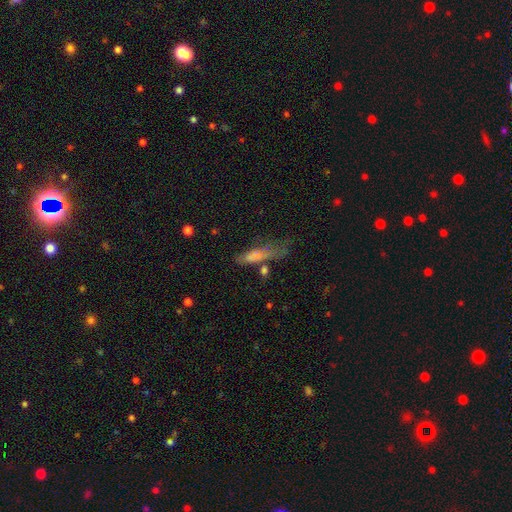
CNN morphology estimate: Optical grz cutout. It shows a smooth galaxy with no disk features (68%) that is cigar-shaped (57%). Merging: major disturbance (35%).